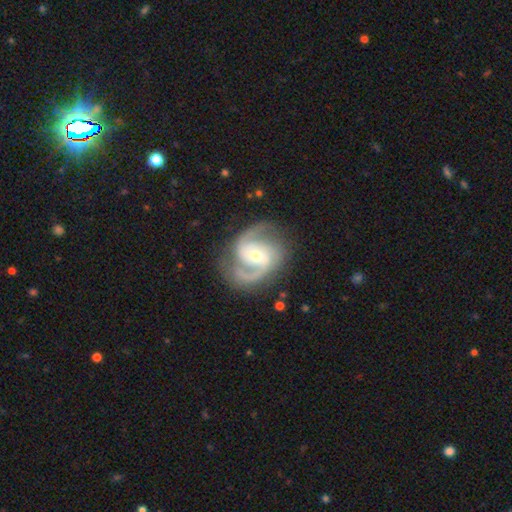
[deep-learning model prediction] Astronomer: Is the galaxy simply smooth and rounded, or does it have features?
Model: featured or disk — 91%.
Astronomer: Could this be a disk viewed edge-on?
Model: no — 98%.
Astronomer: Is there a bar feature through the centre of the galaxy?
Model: weak — 42% (runner-up: no, 40%).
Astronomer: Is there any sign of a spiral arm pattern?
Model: yes — 98%.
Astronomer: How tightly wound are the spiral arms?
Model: medium — 59%.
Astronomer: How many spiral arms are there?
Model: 2 — 86%.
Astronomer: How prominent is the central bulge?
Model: small — 48% (runner-up: moderate, 47%).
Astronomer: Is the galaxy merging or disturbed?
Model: none — 75%.